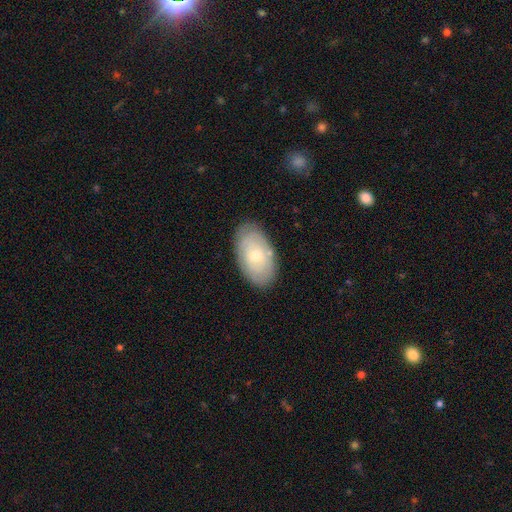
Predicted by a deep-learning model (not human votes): Smooth or featured?
  - smooth: 47% *
  - featured or disk: 46%
  - star or artifact: 6%
Merging?
  - none: 82% *
  - minor disturbance: 13%
  - major disturbance: 3%
  - merger: 2%